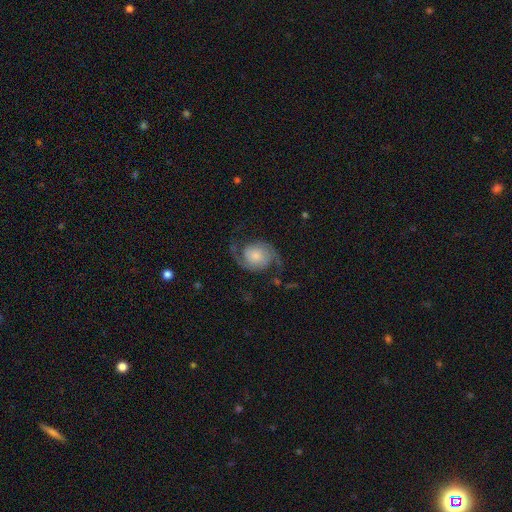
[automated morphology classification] smooth_or_featured: featured or disk (p=0.89) [alt: smooth p=0.06]
disk_edge_on: no (p=0.98) [alt: yes p=0.02]
bar: no (p=0.72) [alt: weak p=0.22]
has_spiral_arms: yes (p=0.98) [alt: no p=0.02]
spiral_winding: medium (p=0.45) [alt: loose p=0.38]
spiral_arm_count: 2 (p=0.94) [alt: can't tell p=0.01]
bulge_size: small (p=0.46) [alt: moderate p=0.32]
merging: none (p=0.75) [alt: minor disturbance p=0.14]